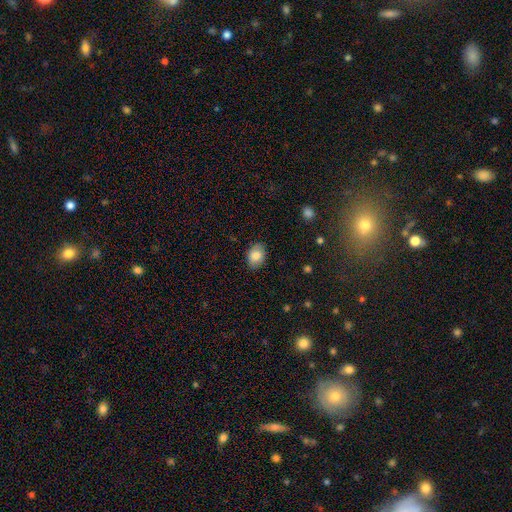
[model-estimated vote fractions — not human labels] Smooth or featured? smooth (82%)
How rounded? in between (78%)
Merging? none (87%)